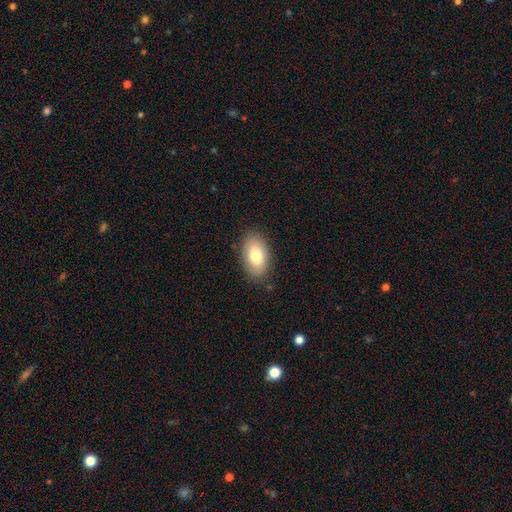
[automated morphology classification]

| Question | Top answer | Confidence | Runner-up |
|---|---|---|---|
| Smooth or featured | smooth | 78% | featured or disk (14%) |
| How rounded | in between | 92% | round (6%) |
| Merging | none | 86% | minor disturbance (10%) |